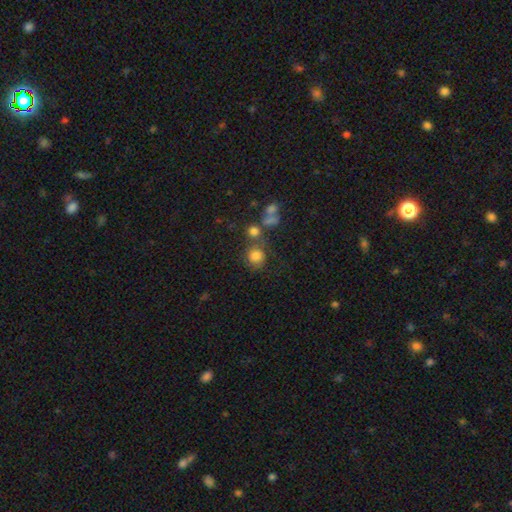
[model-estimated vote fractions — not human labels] The model was most divided on "merging": none: 56%, merger: 22%, minor disturbance: 14%, major disturbance: 9%. More confident: how rounded — round (82%); smooth or featured — smooth (77%).